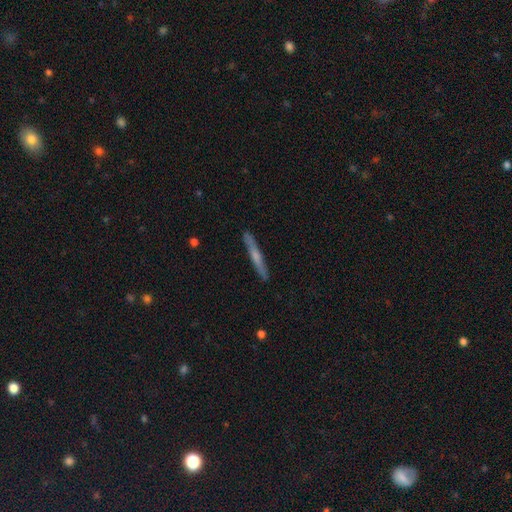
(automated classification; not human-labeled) smooth_or_featured: featured or disk (p=0.51) [alt: smooth p=0.43]
disk_edge_on: yes (p=0.95) [alt: no p=0.05]
merging: none (p=0.89) [alt: minor disturbance p=0.08]